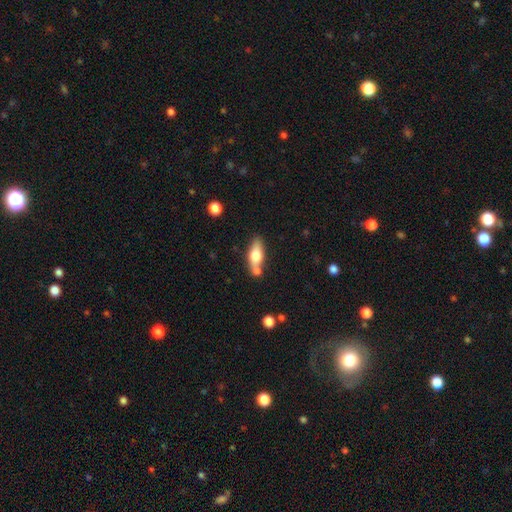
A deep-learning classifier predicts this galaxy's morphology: smooth 64%, featured or disk 30%, star or artifact 7%. Down the decision tree: how rounded — in between (70%); merging — none (58%).